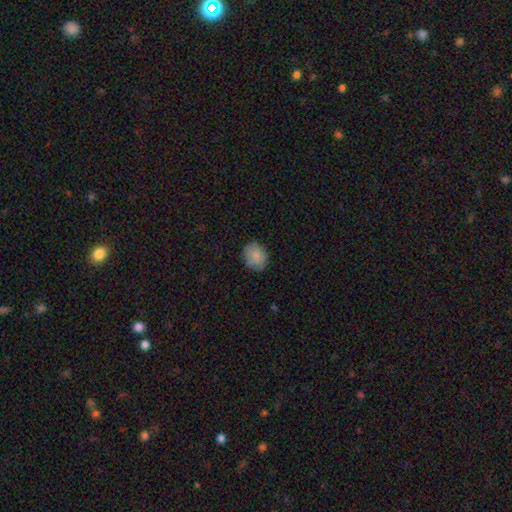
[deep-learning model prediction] Smooth or featured? Predicted: smooth (p=0.84). How rounded? Predicted: round (p=0.63). Merging? Predicted: none (p=0.80).